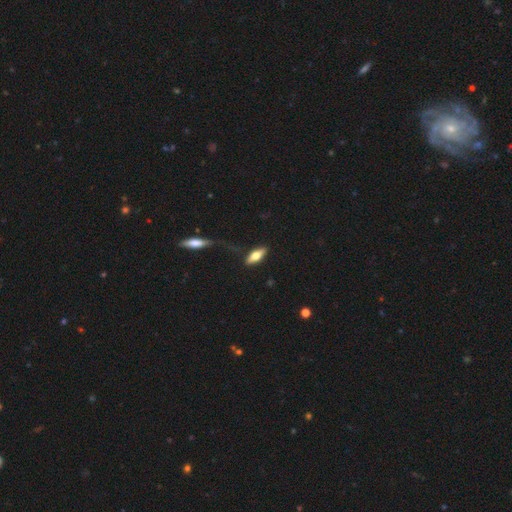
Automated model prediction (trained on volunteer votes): This is possibly a smooth galaxy (59%). How rounded: likely in between (64%). Merging: likely none (75%).